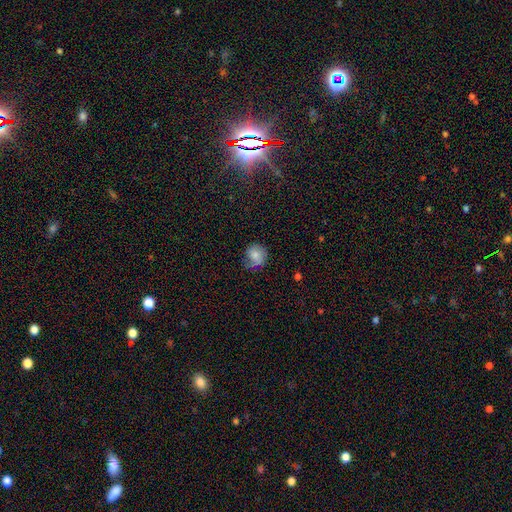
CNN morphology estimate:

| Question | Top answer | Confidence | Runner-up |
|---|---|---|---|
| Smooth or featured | smooth | 68% | featured or disk (23%) |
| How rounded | round | 77% | in between (22%) |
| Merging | none | 53% | minor disturbance (30%) |